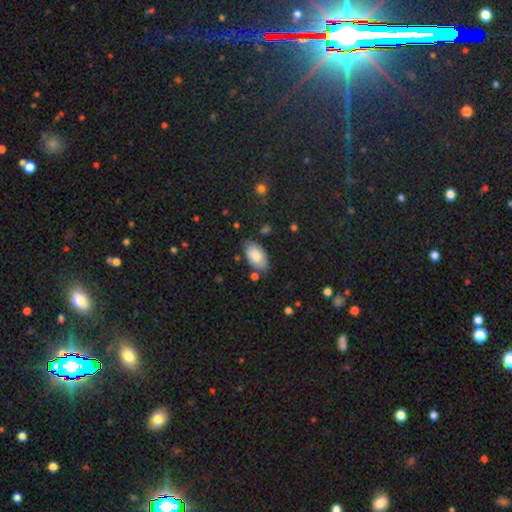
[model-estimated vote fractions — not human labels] A smooth galaxy with no disk features (83%) that is in between round and cigar-shaped (95%).

Vote fractions:
- Smooth or featured? smooth: 83% / featured or disk: 10% / star or artifact: 7%
- How rounded? in between: 95% / round: 4% / cigar-shaped: 2%
- Merging? none: 75% / minor disturbance: 17% / merger: 4% / major disturbance: 4%